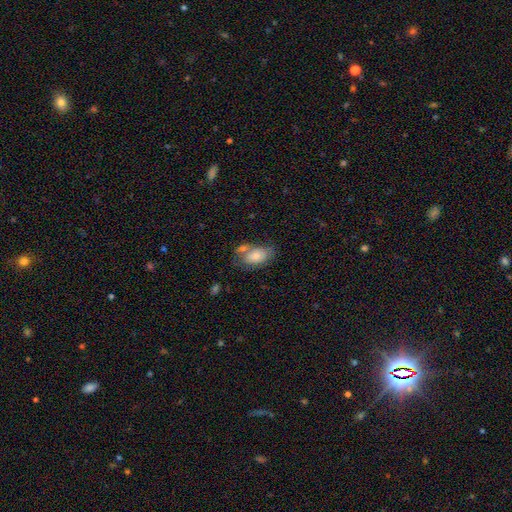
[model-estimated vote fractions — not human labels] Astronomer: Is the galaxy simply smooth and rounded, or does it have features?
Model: smooth — 77%.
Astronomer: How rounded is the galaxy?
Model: in between — 92%.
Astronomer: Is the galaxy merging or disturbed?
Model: none — 43% (runner-up: merger, 26%).